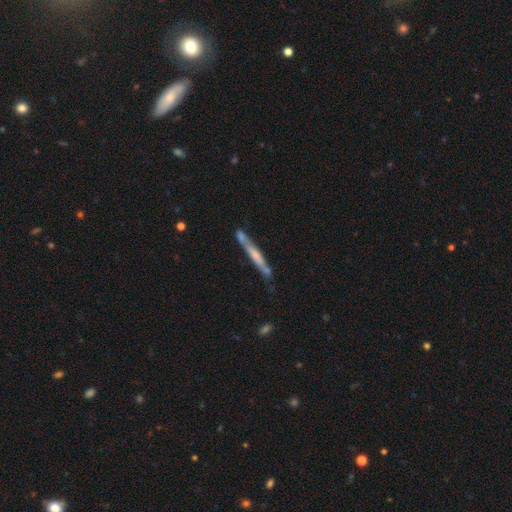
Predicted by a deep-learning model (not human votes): smooth-or-featured: featured or disk: 52% | smooth: 42% | star or artifact: 6%
  disk-edge-on: yes: 89% | no: 11%
  merging: none: 64% | minor disturbance: 18% | merger: 13% | major disturbance: 5%